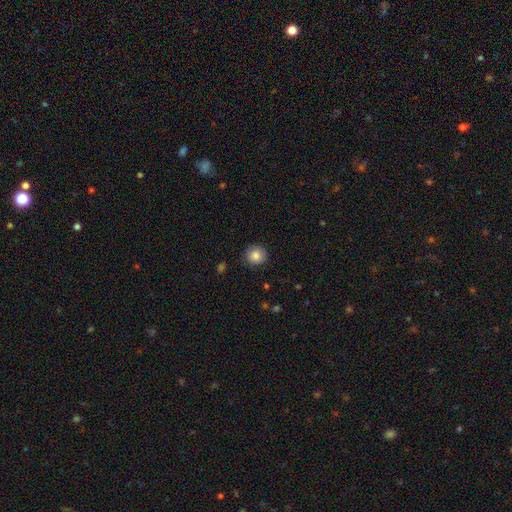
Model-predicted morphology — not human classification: This is clearly a smooth galaxy (85%). How rounded: clearly round (92%). Merging: clearly none (87%).